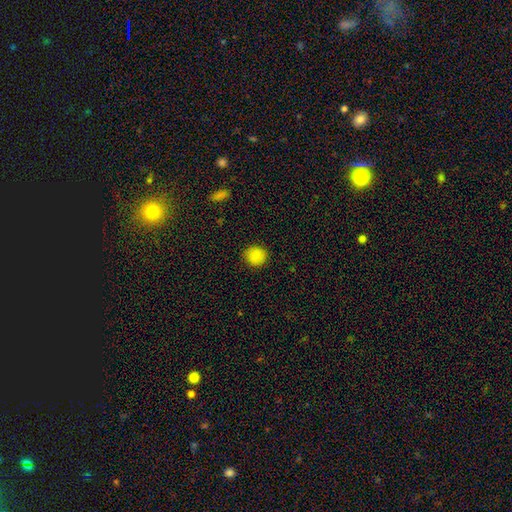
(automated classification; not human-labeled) Overall: smooth (86%). How rounded: round (89%). Merging: none (90%).